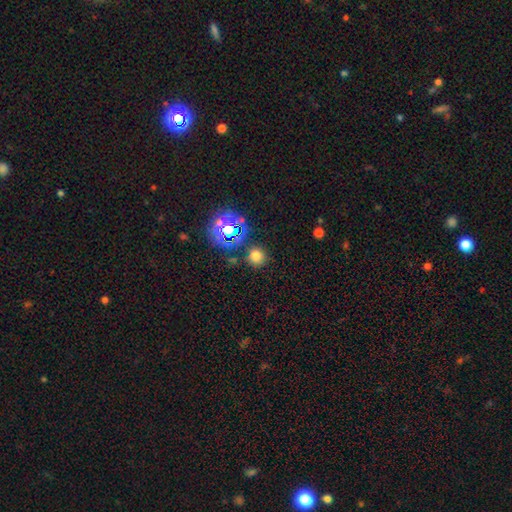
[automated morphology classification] smooth_or_featured: smooth (p=0.70) [alt: star or artifact p=0.24]
how_rounded: round (p=0.92) [alt: in between p=0.07]
merging: none (p=0.85) [alt: minor disturbance p=0.08]